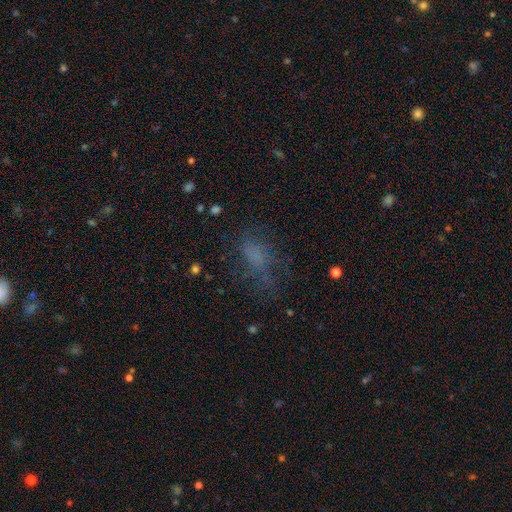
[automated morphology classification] Overall: smooth (52%; featured or disk 26%). How rounded: in between (74%). Merging: none (48%; major disturbance 28%).